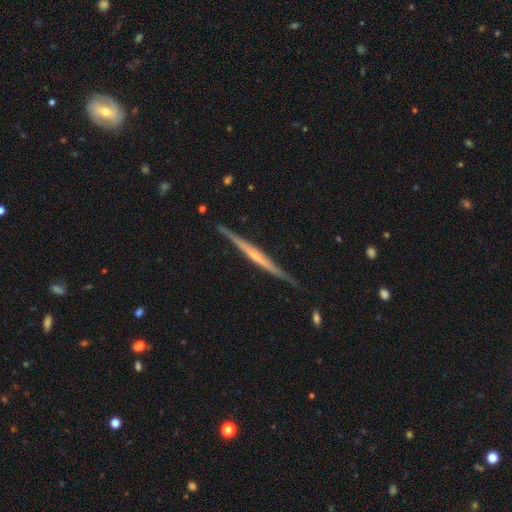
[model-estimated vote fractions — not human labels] smooth_or_featured: featured or disk (p=0.77) [alt: smooth p=0.18]
disk_edge_on: yes (p=0.98) [alt: no p=0.02]
edge_on_bulge: none (p=0.48) [alt: rounded p=0.42]
merging: none (p=0.89) [alt: minor disturbance p=0.09]